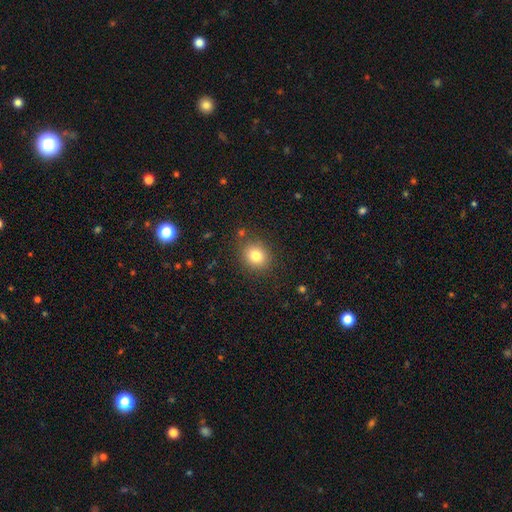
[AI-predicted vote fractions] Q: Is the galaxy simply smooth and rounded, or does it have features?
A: smooth — 80%.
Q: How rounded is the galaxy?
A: round — 74%.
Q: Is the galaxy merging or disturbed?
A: none — 85%.